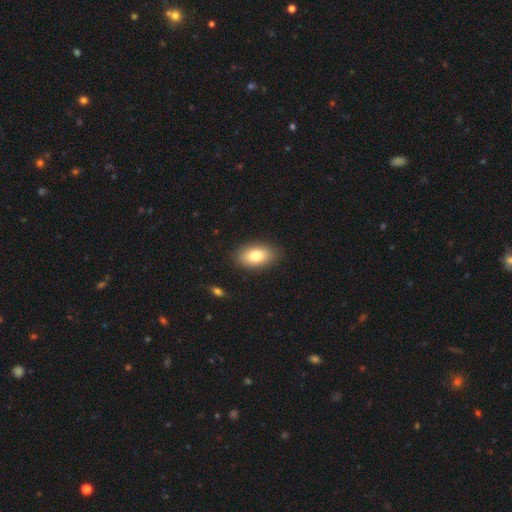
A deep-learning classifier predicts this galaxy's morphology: type=smooth (79%); roundness=in between (91%); merging=none (87%).